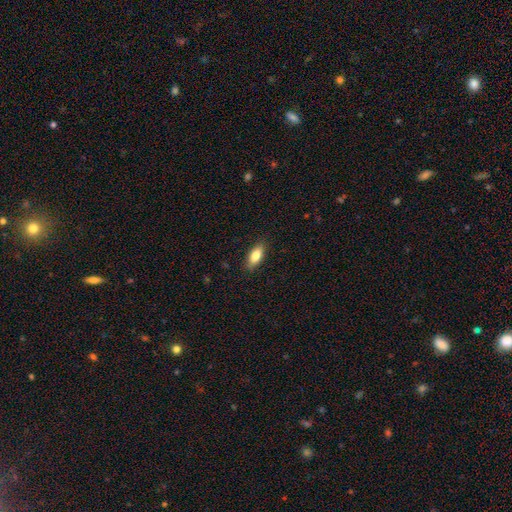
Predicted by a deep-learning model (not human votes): Smooth or featured? Predicted: smooth (p=0.82). How rounded? Predicted: in between (p=0.81). Merging? Predicted: none (p=0.86).